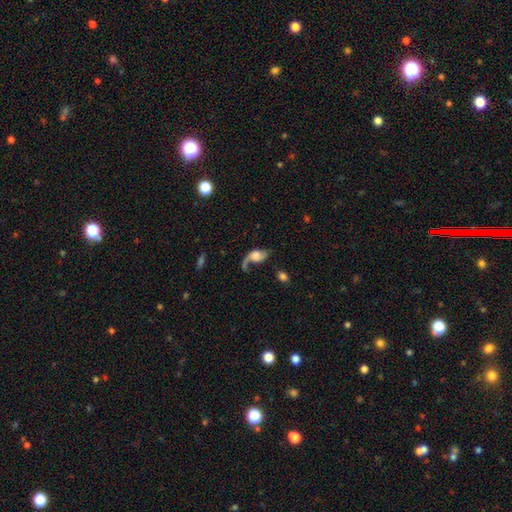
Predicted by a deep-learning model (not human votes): Smooth or featured? Predicted: featured or disk (p=0.64). Edge-on disk? Predicted: no (p=0.95). Bar? Predicted: no (p=0.68). Spiral arms? Predicted: yes (p=0.87). Spiral winding? Predicted: loose (p=0.82). Spiral arm count? Predicted: 2 (p=0.51). Bulge size? Predicted: large (p=0.32). Merging? Predicted: major disturbance (p=0.36).